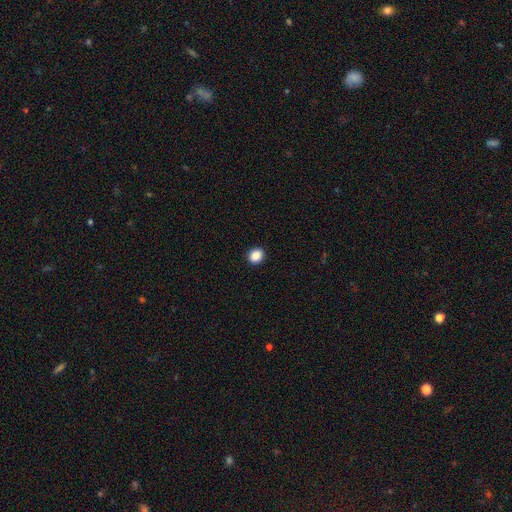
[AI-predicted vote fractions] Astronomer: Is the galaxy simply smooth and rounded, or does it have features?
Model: smooth — 88%.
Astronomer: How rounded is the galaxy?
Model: round — 74%.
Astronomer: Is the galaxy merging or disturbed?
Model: none — 92%.